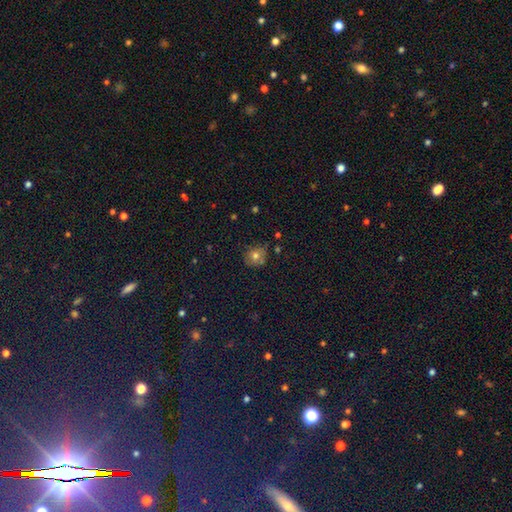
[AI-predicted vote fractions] Overall: smooth (72%). How rounded: round (79%). Merging: none (71%).